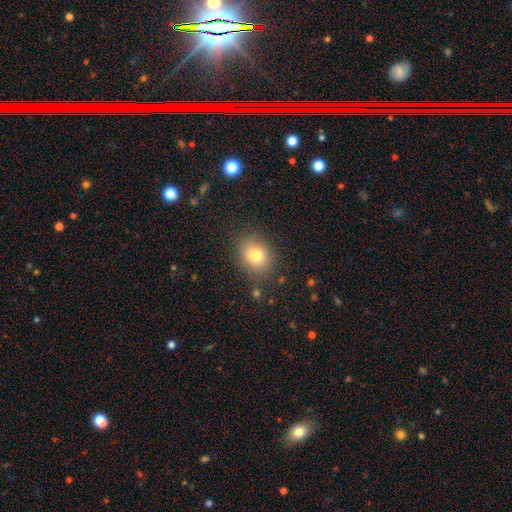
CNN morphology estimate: Smooth or featured? Predicted: smooth (p=0.77). How rounded? Predicted: round (p=0.58). Merging? Predicted: none (p=0.82).